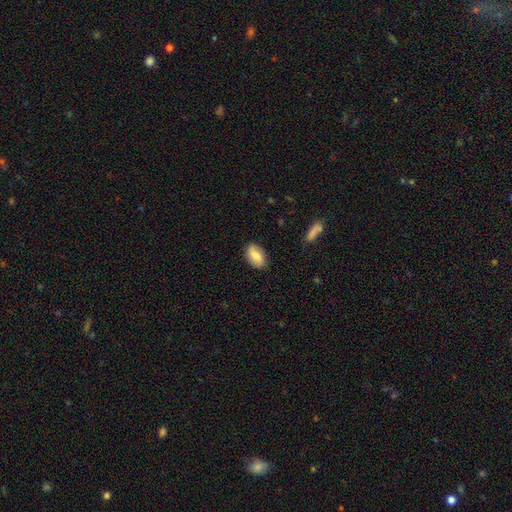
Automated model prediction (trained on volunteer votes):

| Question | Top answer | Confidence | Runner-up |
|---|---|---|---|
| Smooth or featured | smooth | 69% | featured or disk (23%) |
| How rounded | in between | 91% | round (6%) |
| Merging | none | 81% | minor disturbance (14%) |